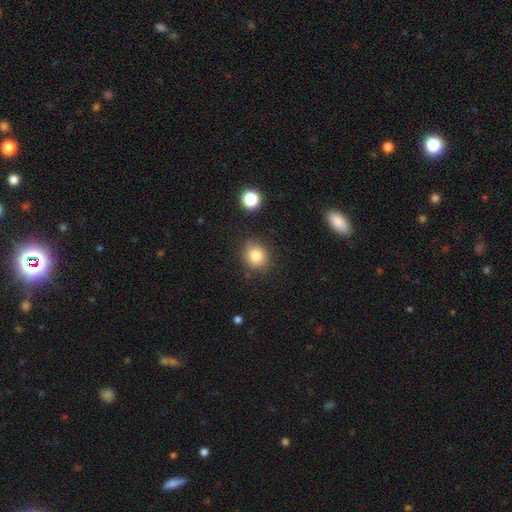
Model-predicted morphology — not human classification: A smooth galaxy with no disk features (82%) that is round (71%). Merging: none (82%).